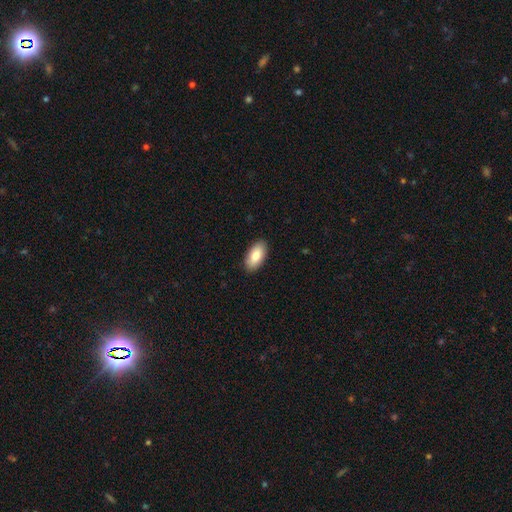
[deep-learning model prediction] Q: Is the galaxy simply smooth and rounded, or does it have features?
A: smooth — 83%.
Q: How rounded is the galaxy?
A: in between — 94%.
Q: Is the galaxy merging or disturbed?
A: none — 89%.